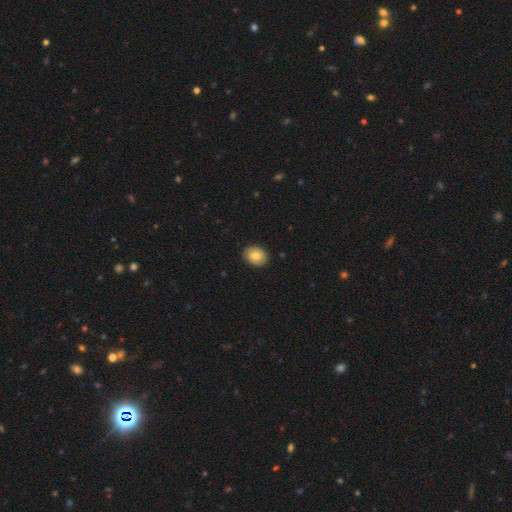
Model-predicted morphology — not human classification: A smooth galaxy with no disk features (72%) that is in between round and cigar-shaped (51%). Merging: none (88%).